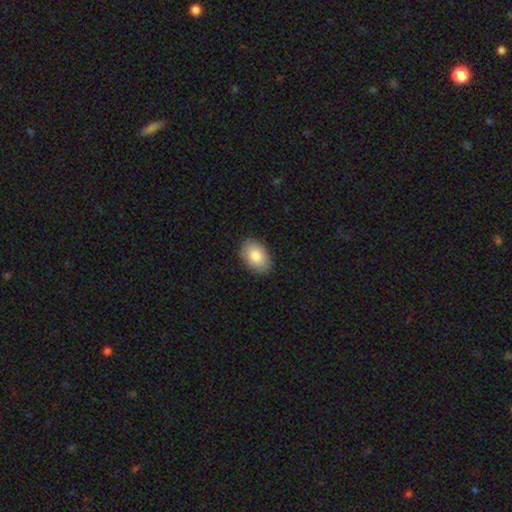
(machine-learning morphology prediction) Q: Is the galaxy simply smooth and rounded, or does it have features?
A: smooth — 85%.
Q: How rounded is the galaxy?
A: in between — 88%.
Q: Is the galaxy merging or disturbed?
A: none — 87%.